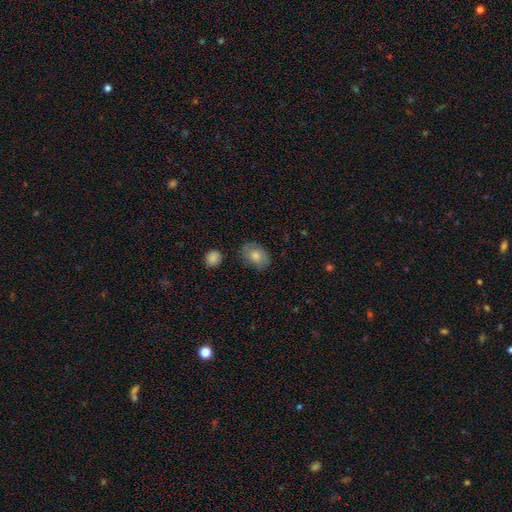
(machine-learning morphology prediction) type=smooth (64%); roundness=in between (74%); merging=none (76%).